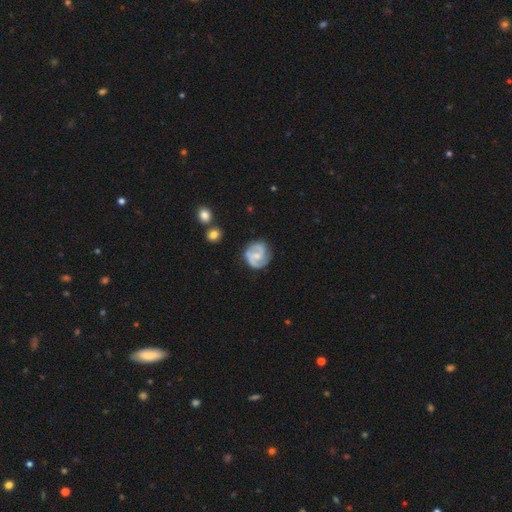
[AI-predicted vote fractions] featured or disk 76%, smooth 19%, star or artifact 5%. Down the decision tree: edge-on disk — no (98%); bar — weak (49%); spiral arms — yes (94%); spiral arm count — 2 (83%); spiral winding — medium (49%); bulge size — small (51%); merging — none (77%).